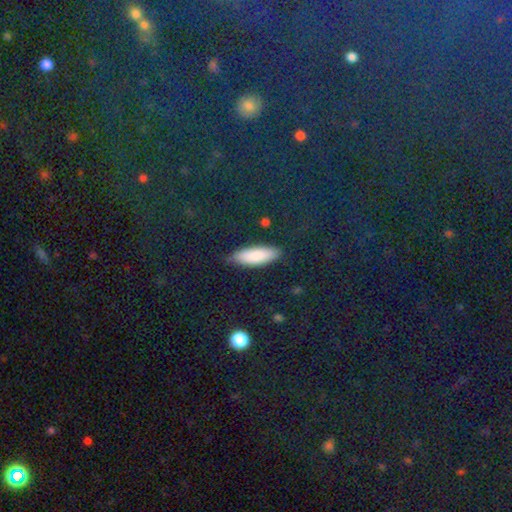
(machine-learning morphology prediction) smooth-or-featured: smooth: 82% | featured or disk: 10% | star or artifact: 8%
  how-rounded: in between: 58% | cigar-shaped: 39% | round: 3%
  merging: none: 82% | minor disturbance: 13% | major disturbance: 3% | merger: 2%